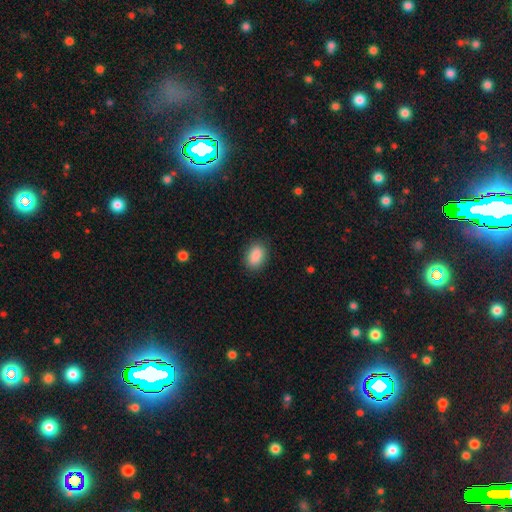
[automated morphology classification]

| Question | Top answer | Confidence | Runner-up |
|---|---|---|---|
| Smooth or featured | smooth | 89% | star or artifact (8%) |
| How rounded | in between | 86% | round (13%) |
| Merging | none | 87% | minor disturbance (10%) |